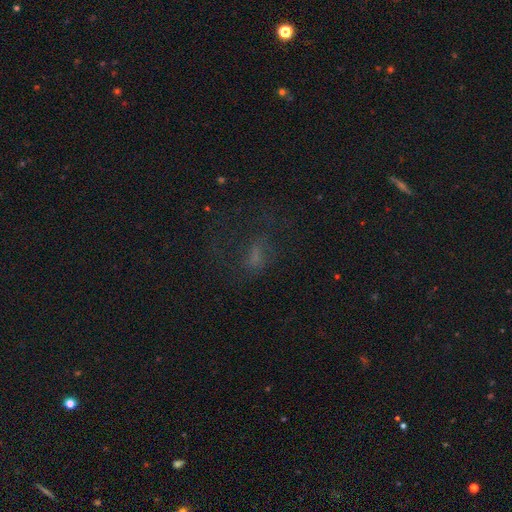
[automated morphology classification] smooth 41%, featured or disk 30%, star or artifact 29%. Down the decision tree: merging — none (48%).